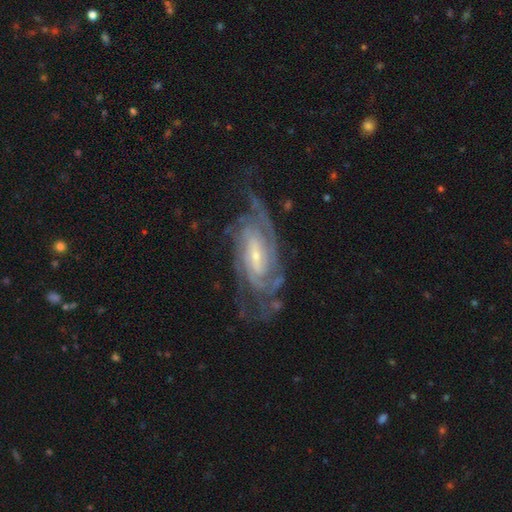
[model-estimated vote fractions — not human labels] A featured or disk galaxy (90%) with a weak bar (41%), 2 (29%) tight (63%) spiral arms (98%) and a small central bulge (75%). Merging: none (68%).